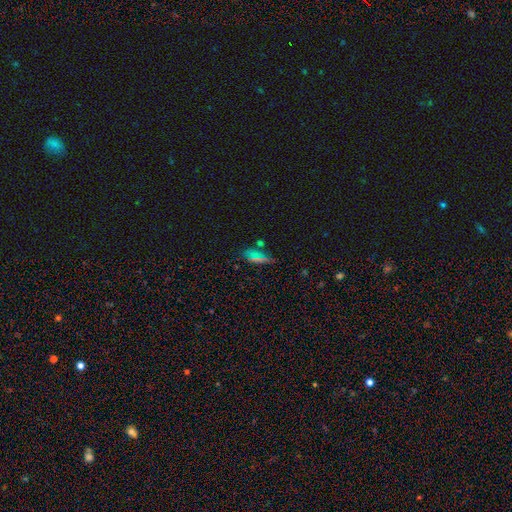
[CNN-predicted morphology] type=smooth (56%); roundness=in between (66%); merging=none (69%).